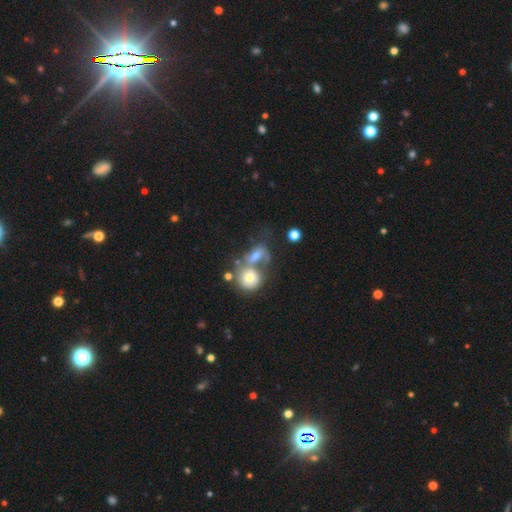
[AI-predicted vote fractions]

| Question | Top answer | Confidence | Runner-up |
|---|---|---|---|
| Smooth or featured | smooth | 56% | featured or disk (32%) |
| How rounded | in between | 58% | round (38%) |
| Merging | merger | 58% | none (18%) |